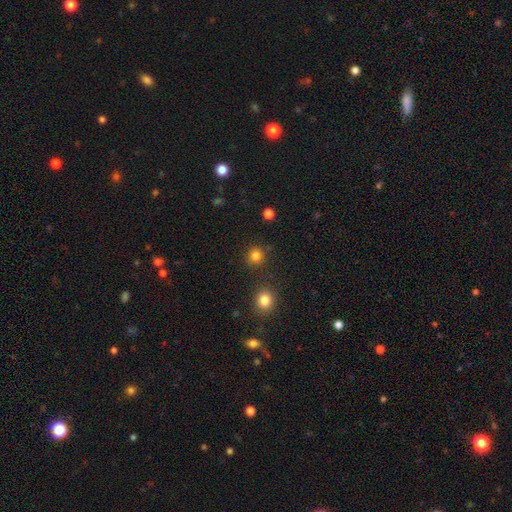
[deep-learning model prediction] Smooth or featured: smooth — 82% (star or artifact — 14%)
How rounded: round — 92% (in between — 7%)
Merging: none — 87% (minor disturbance — 6%)